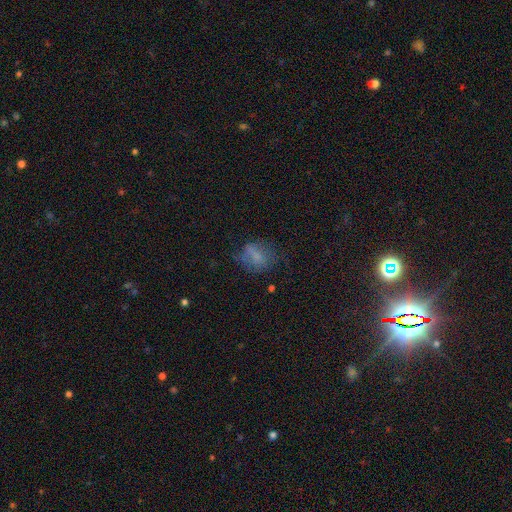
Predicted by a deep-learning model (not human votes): Overall: smooth (60%; featured or disk 25%). How rounded: in between (57%; round 41%). Merging: none (51%; minor disturbance 25%).